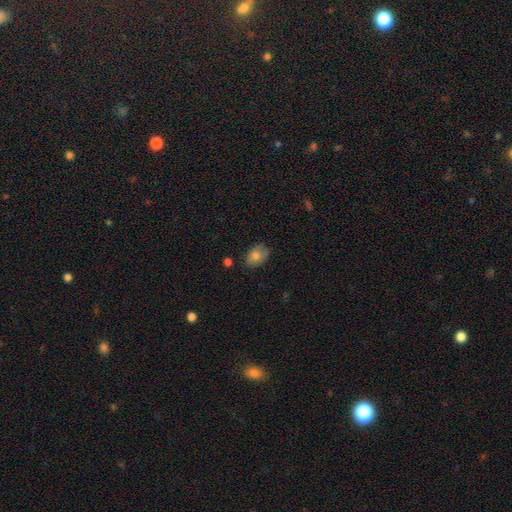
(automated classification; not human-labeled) Smooth or featured? Predicted: smooth (p=0.78). How rounded? Predicted: in between (p=0.80). Merging? Predicted: none (p=0.78).